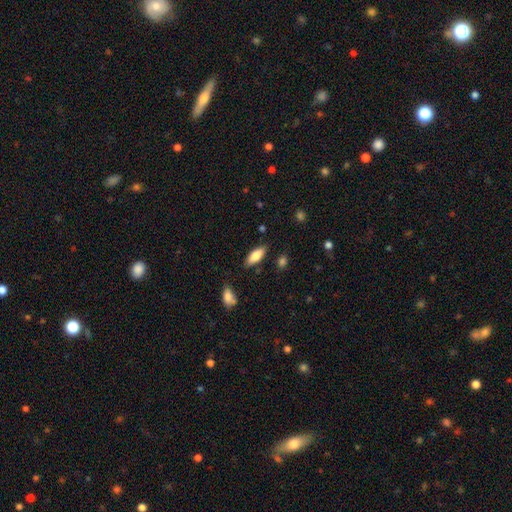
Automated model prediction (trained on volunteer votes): Q: Smooth or featured?
A: smooth (80%); runner-up: featured or disk (13%)
Q: How rounded?
A: in between (76%); runner-up: cigar-shaped (22%)
Q: Merging?
A: none (81%); runner-up: minor disturbance (13%)